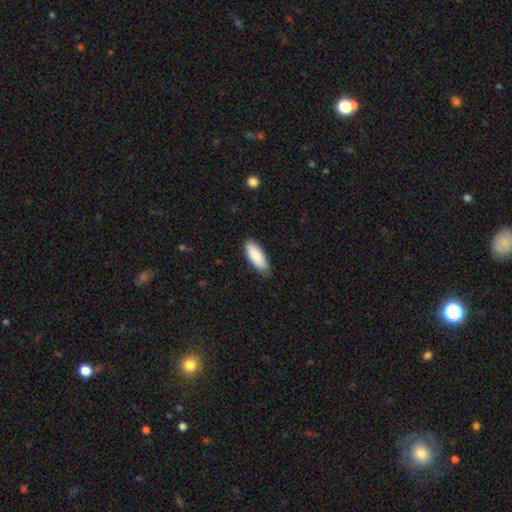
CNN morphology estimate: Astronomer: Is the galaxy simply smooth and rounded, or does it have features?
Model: smooth — 89%.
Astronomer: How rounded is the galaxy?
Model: in between — 77%.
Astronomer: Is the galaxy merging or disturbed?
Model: none — 80%.